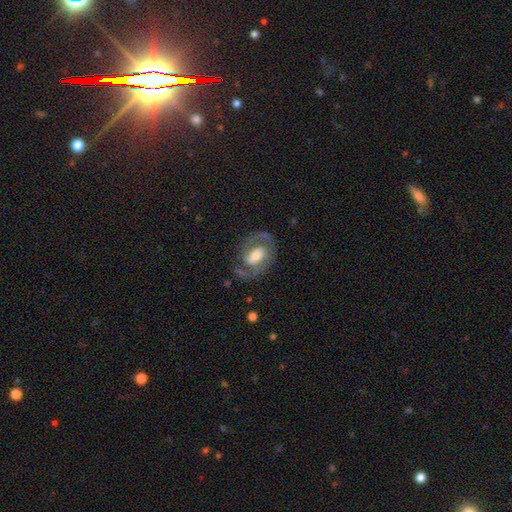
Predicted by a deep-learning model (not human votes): smooth-or-featured: featured or disk: 77% | smooth: 18% | star or artifact: 6%
  disk-edge-on: no: 96% | yes: 4%
    bar: weak: 38% (tied) | no: 38% (tied) | strong: 24%
    has-spiral-arms: yes: 86% | no: 14%
      spiral-winding: medium: 49% | tight: 35% | loose: 16%
      spiral-arm-count: 2: 84% | 1: 6% | can't tell: 6% | 3: 1% | 4: 1% | more than 4: 1%
    bulge-size: moderate: 43% | large: 29% | small: 21% | none: 3% | dominant: 3%
  merging: none: 71% | minor disturbance: 16% | major disturbance: 11% | merger: 2%